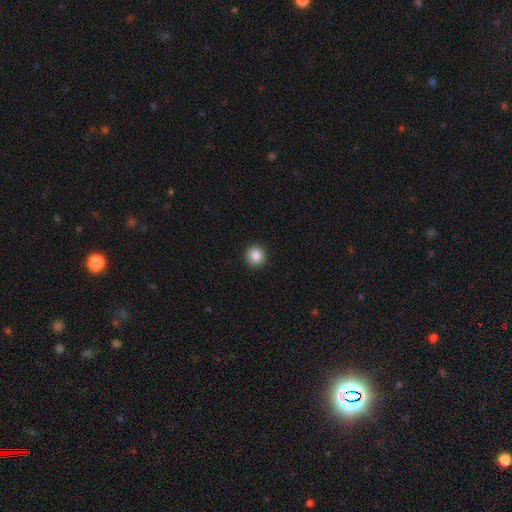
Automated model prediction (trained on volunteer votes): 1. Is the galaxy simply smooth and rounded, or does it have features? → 86% smooth, 10% star or artifact, 4% featured or disk.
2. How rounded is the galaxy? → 94% round, 5% in between, 1% cigar-shaped.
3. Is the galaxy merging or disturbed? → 93% none, 4% minor disturbance, 1% major disturbance, 1% merger.